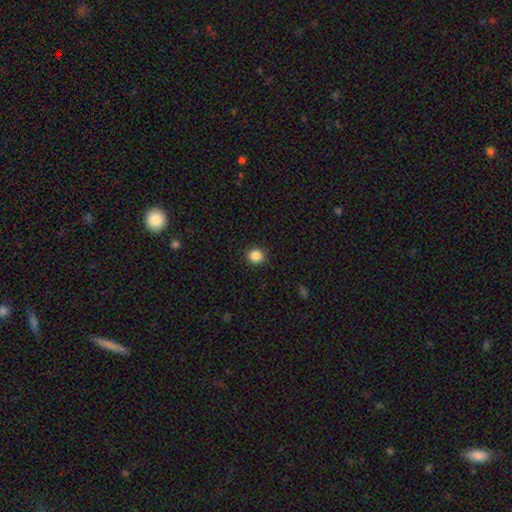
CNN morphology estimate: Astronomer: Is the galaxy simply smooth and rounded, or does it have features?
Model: smooth — 86%.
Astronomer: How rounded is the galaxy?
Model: round — 91%.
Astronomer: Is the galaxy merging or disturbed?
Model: none — 92%.